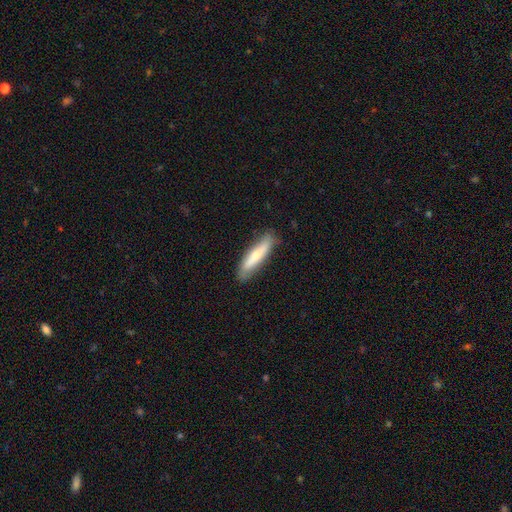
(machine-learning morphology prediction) Overall: smooth (61%; featured or disk 33%). How rounded: cigar-shaped (80%). Merging: none (82%).